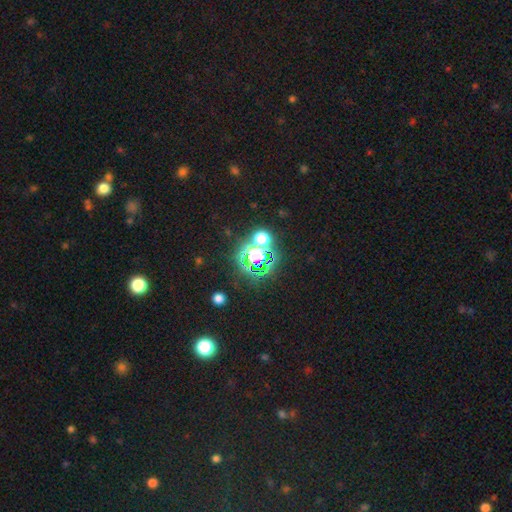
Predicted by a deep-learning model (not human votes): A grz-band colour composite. It shows a star or artifact, not a galaxy (63%).